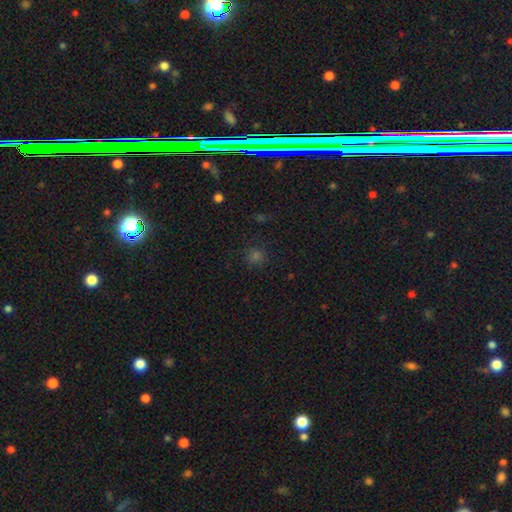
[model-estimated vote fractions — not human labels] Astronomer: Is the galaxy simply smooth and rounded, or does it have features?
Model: smooth — 55% (runner-up: star or artifact, 39%).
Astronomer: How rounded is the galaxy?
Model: round — 90%.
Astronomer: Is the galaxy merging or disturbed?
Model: none — 86%.